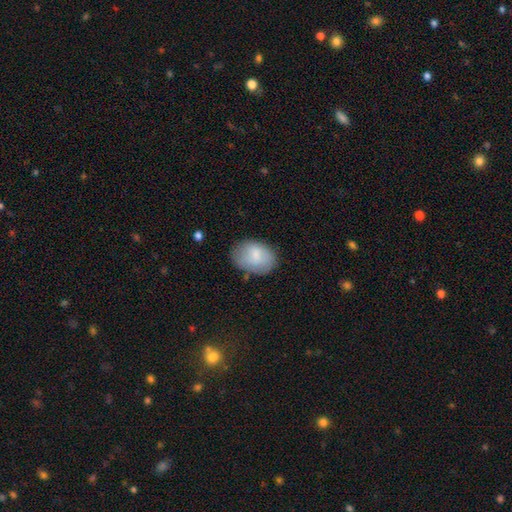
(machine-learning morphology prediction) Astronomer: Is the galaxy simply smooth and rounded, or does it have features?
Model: smooth — 76%.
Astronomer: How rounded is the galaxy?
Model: in between — 82%.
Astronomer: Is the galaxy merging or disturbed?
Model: none — 70%.